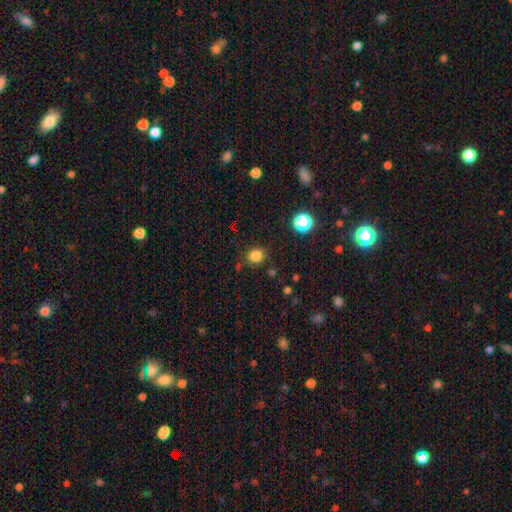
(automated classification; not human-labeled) smooth 80%, star or artifact 16%, featured or disk 5%. Down the decision tree: how rounded — round (83%); merging — none (82%).